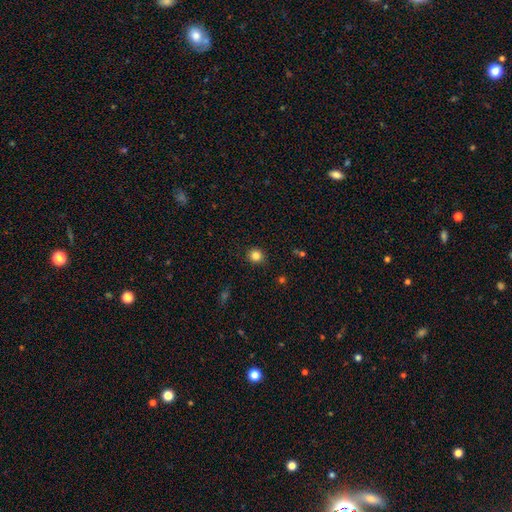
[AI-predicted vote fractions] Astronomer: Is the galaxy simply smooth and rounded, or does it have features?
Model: smooth — 84%.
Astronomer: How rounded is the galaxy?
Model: round — 91%.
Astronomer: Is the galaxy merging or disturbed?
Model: none — 91%.